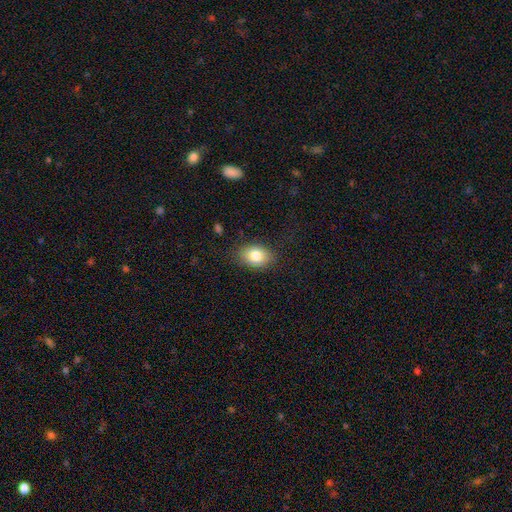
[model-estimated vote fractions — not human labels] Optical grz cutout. It shows a smooth galaxy with no disk features (81%) that is in between round and cigar-shaped (77%). Merging: none (84%).